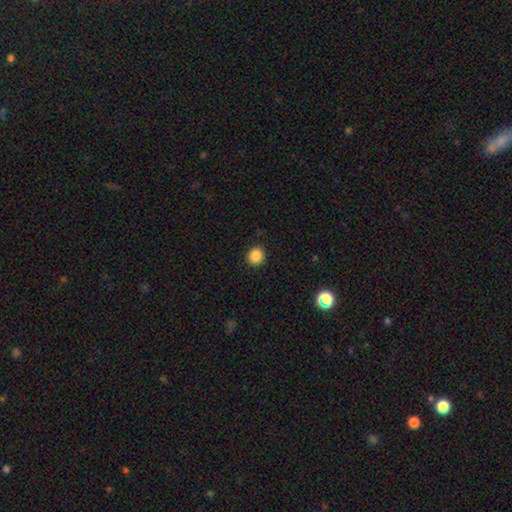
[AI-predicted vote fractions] Q: Smooth or featured?
A: smooth (87%); runner-up: star or artifact (10%)
Q: How rounded?
A: round (90%); runner-up: in between (9%)
Q: Merging?
A: none (91%); runner-up: minor disturbance (6%)